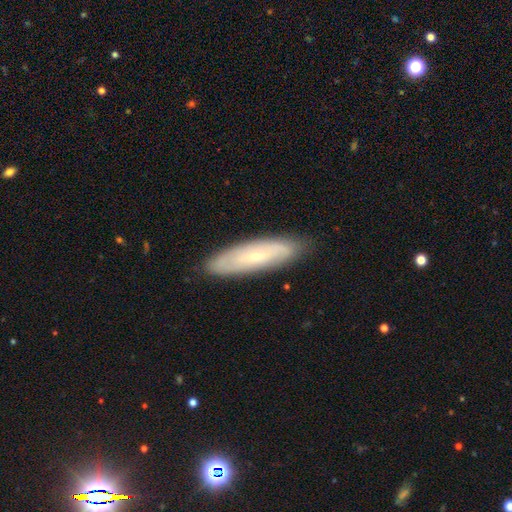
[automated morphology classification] Smooth or featured? Predicted: featured or disk (p=0.52). Edge-on disk? Predicted: no (p=0.64). Merging? Predicted: none (p=0.85).